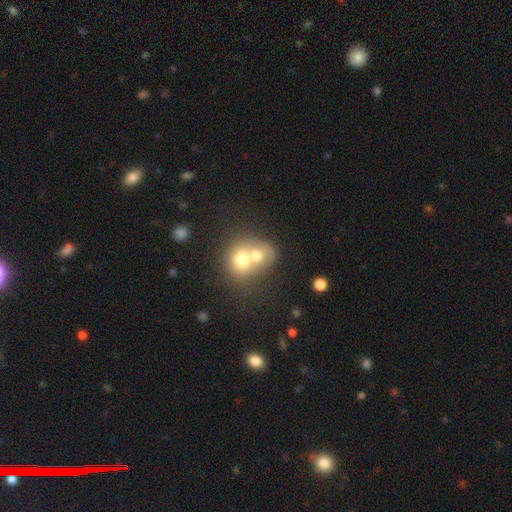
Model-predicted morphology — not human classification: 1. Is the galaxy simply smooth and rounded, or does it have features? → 64% smooth, 27% featured or disk, 9% star or artifact.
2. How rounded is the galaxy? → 63% round, 36% in between, 1% cigar-shaped.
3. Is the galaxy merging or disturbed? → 74% merger, 17% none, 5% minor disturbance, 3% major disturbance.